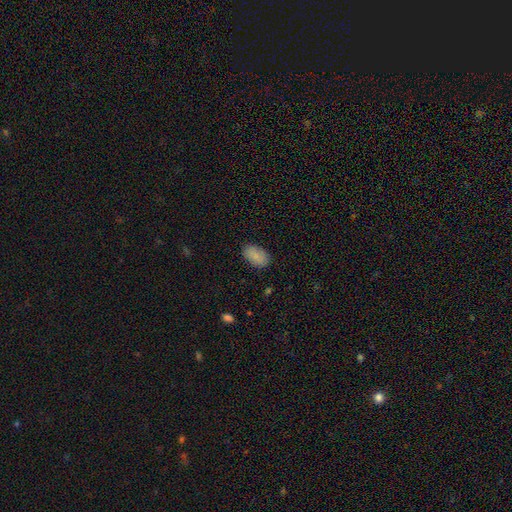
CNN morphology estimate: This appears to be a smooth galaxy with no disk features (85%) that is in between round and cigar-shaped (93%). Merging: none (84%).